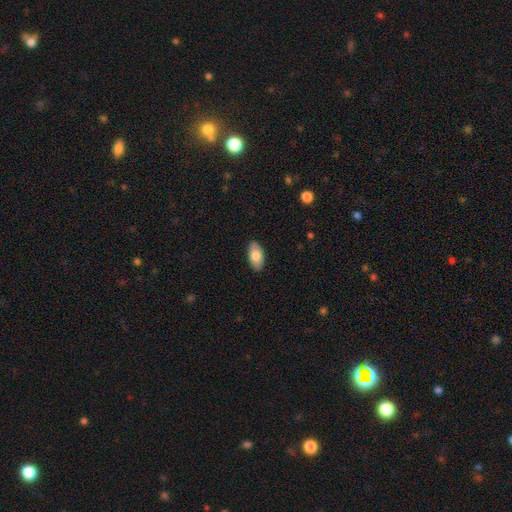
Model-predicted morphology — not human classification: Overall: smooth (79%). How rounded: in between (95%). Merging: none (89%).